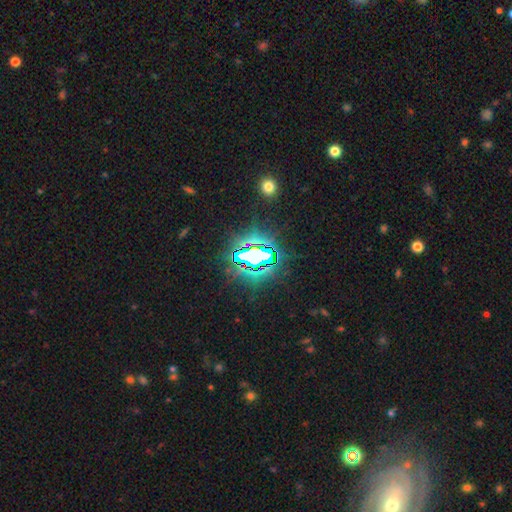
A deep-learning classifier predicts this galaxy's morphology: Smooth or featured? Predicted: star or artifact (p=0.78).